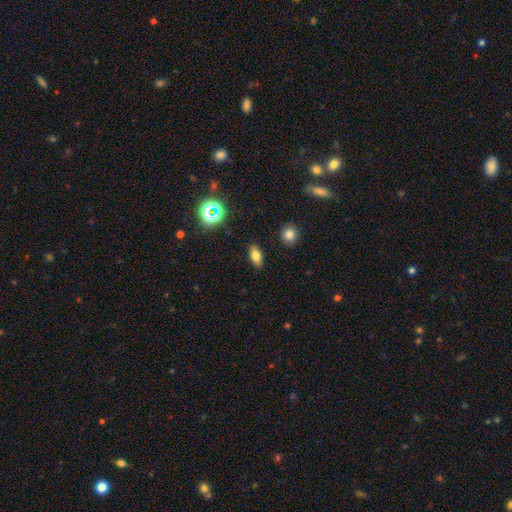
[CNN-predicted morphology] Overall: smooth (74%). How rounded: in between (84%). Merging: none (88%).